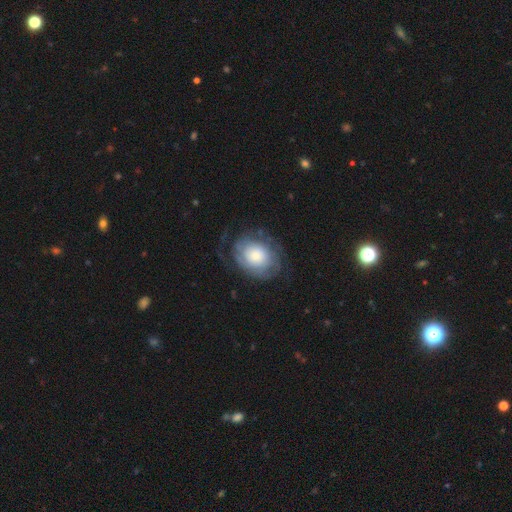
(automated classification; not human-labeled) Smooth or featured: featured or disk — 51% (smooth — 42%)
Edge-on disk: no — 96% (yes — 4%)
Merging: none — 60% (minor disturbance — 21%)